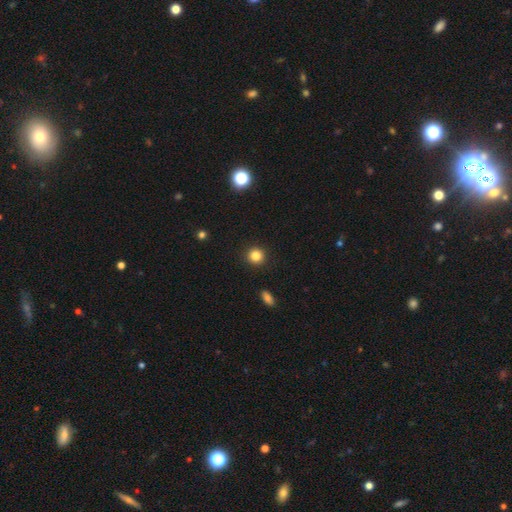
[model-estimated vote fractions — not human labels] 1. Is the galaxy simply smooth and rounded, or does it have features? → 84% smooth, 12% star or artifact, 5% featured or disk.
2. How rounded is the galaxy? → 92% round, 7% in between, 1% cigar-shaped.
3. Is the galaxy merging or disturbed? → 92% none, 5% minor disturbance, 2% major disturbance, 1% merger.